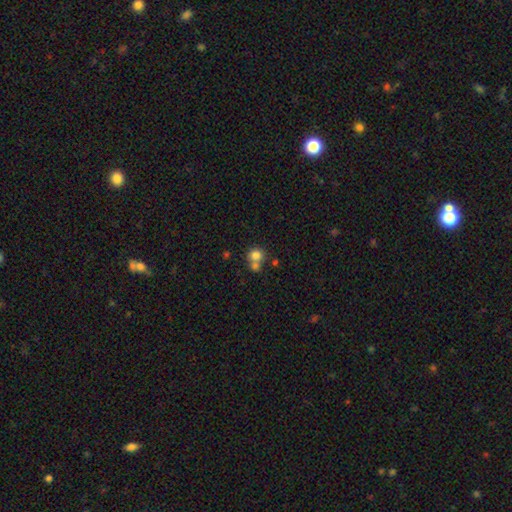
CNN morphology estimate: This appears to be a smooth galaxy with no disk features (78%) that is round (85%). Merging: none (46%).